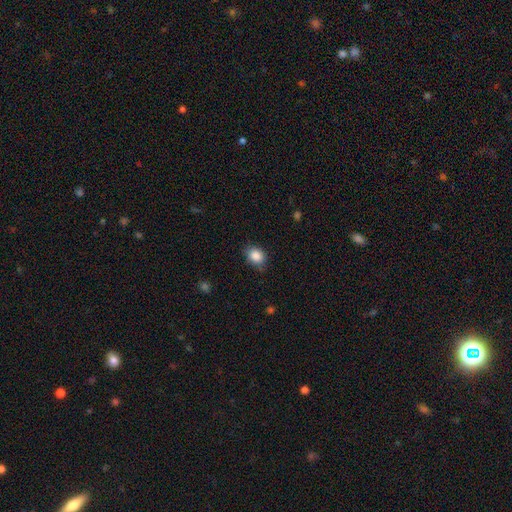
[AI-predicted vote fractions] Morphology: type=smooth (87%); roundness=in between (57%); merging=none (79%).